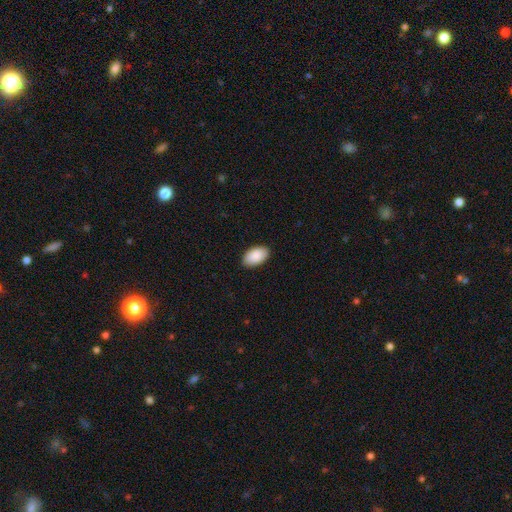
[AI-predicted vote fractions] smooth-or-featured: smooth: 91% | star or artifact: 6% | featured or disk: 4%
  how-rounded: in between: 95% | round: 4% | cigar-shaped: 1%
  merging: none: 89% | minor disturbance: 8% | major disturbance: 2% | merger: 1%